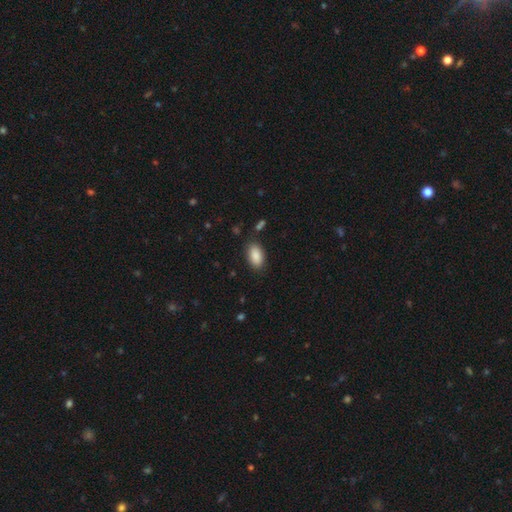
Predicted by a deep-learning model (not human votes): Morphology: type=smooth (89%); roundness=in between (93%); merging=none (85%).